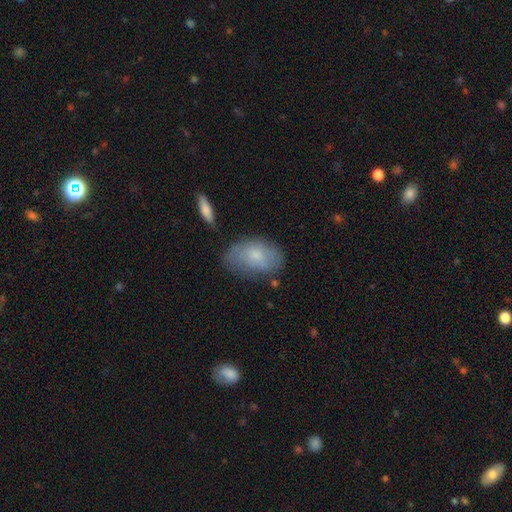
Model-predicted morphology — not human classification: Smooth or featured? Predicted: smooth (p=0.72). How rounded? Predicted: in between (p=0.91). Merging? Predicted: none (p=0.64).